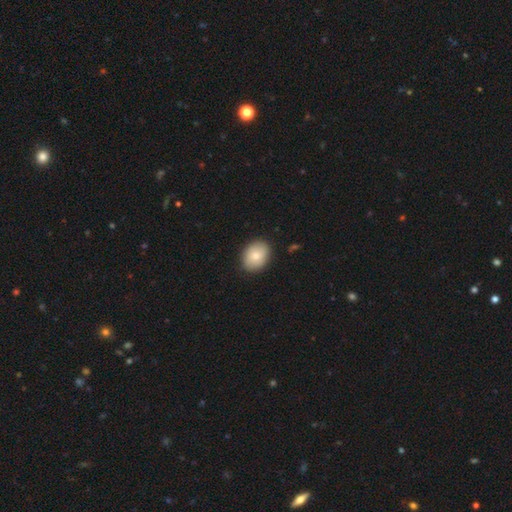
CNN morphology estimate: Smooth or featured?
  - smooth: 82% *
  - featured or disk: 12%
  - star or artifact: 6%
How rounded?
  - in between: 69% *
  - round: 30%
  - cigar-shaped: 1%
Merging?
  - none: 88% *
  - minor disturbance: 9%
  - major disturbance: 2%
  - merger: 1%